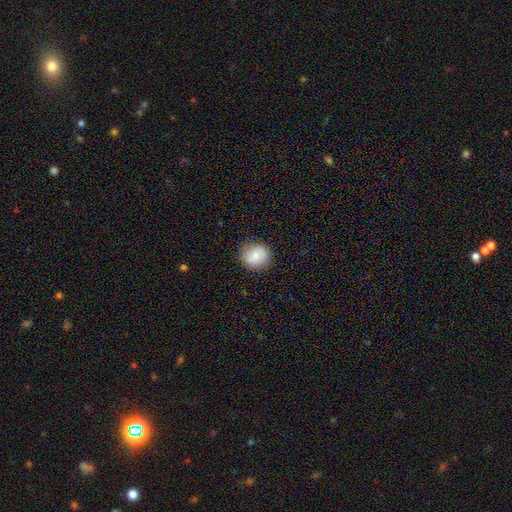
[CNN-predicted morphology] type=smooth (78%); roundness=round (84%); merging=none (87%).